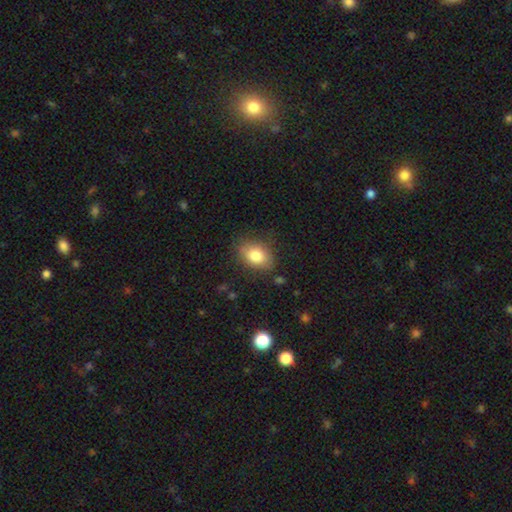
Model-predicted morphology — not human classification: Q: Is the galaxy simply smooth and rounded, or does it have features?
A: smooth — 82%.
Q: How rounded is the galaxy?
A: in between — 78%.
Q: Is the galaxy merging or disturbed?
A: none — 79%.